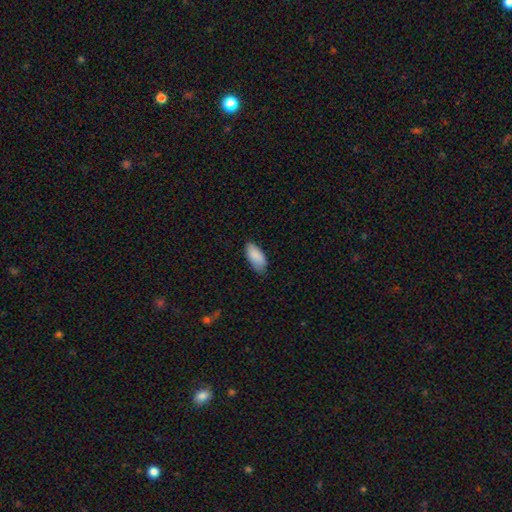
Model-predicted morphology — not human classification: This is clearly a smooth galaxy (88%). How rounded: clearly in between (91%). Merging: likely none (73%).